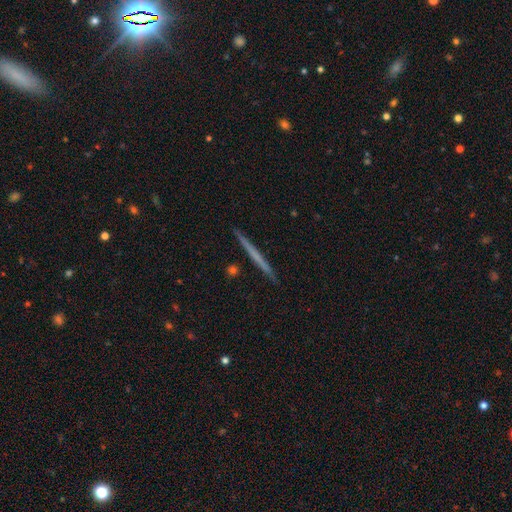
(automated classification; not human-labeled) Smooth or featured?
  - featured or disk: 53% *
  - smooth: 42%
  - star or artifact: 6%
Edge-on disk?
  - yes: 98% *
  - no: 2%
Edge-on bulge?
  - none: 91% *
  - rounded: 6%
  - boxy: 3%
Merging?
  - none: 92% *
  - minor disturbance: 6%
  - merger: 1%
  - major disturbance: 1%